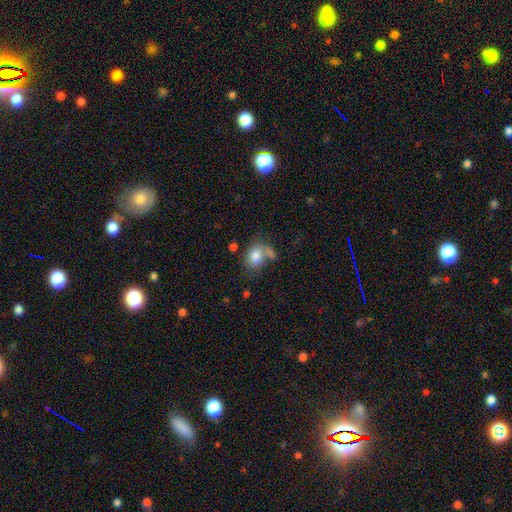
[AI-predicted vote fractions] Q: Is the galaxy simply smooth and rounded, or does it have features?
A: smooth — 79%.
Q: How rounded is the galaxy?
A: in between — 60%.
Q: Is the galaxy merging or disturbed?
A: none — 42%.